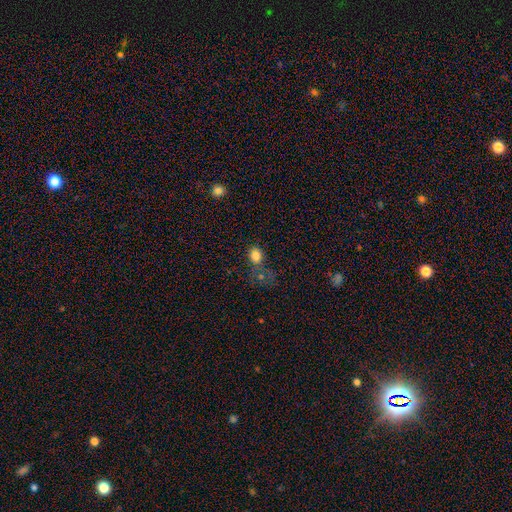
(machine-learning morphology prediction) A smooth galaxy with no disk features (81%) that is in between round and cigar-shaped (57%). Merging: none (53%).